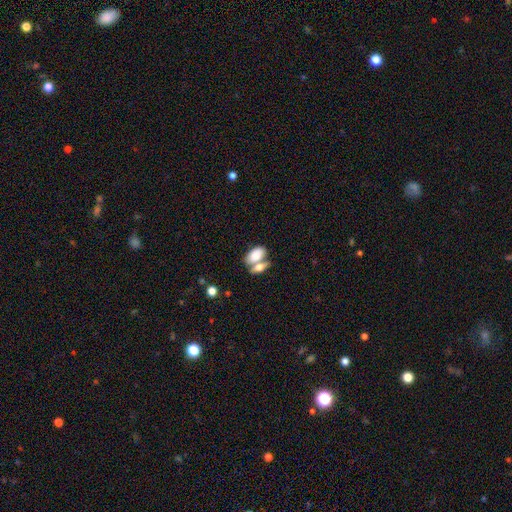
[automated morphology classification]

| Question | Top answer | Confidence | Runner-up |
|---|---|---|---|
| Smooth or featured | smooth | 78% | featured or disk (15%) |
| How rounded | in between | 91% | round (7%) |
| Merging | merger | 55% | none (31%) |